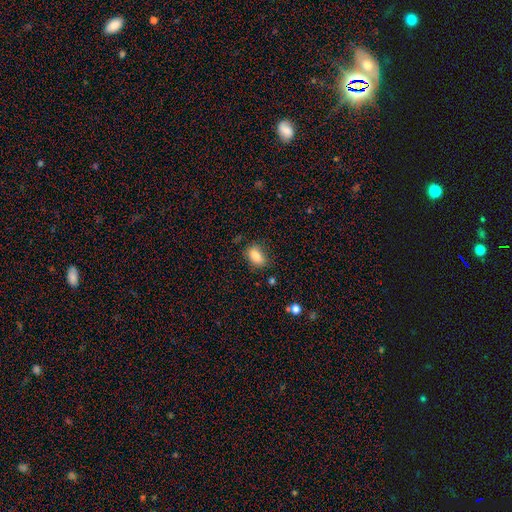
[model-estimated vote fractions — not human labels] Smooth or featured?
  - smooth: 84% *
  - star or artifact: 9%
  - featured or disk: 7%
How rounded?
  - in between: 85% *
  - round: 11%
  - cigar-shaped: 4%
Merging?
  - none: 75% *
  - minor disturbance: 18%
  - major disturbance: 4%
  - merger: 2%